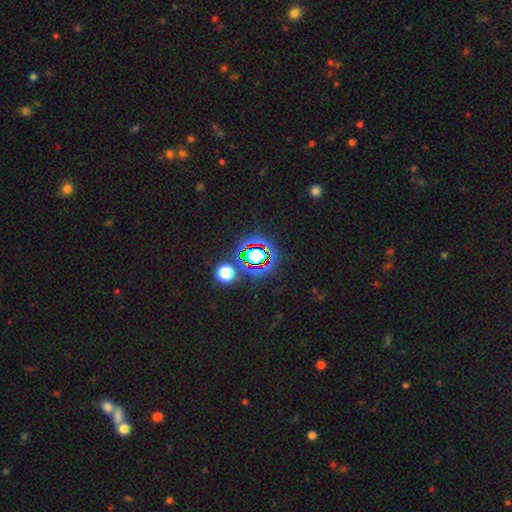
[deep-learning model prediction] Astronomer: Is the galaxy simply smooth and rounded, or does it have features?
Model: star or artifact — 68%.